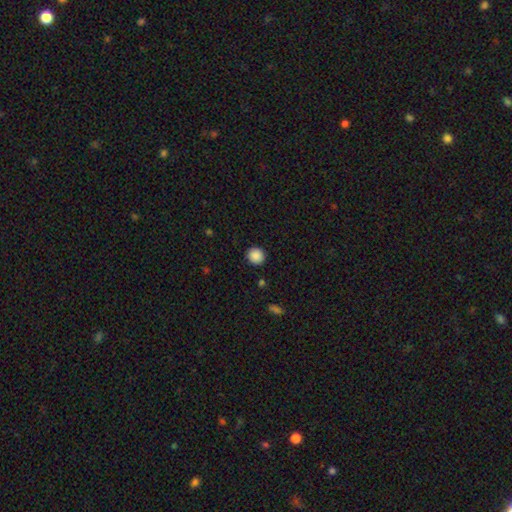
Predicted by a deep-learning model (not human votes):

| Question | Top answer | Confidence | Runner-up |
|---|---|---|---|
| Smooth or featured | smooth | 88% | star or artifact (9%) |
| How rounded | round | 92% | in between (7%) |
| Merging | none | 91% | minor disturbance (6%) |